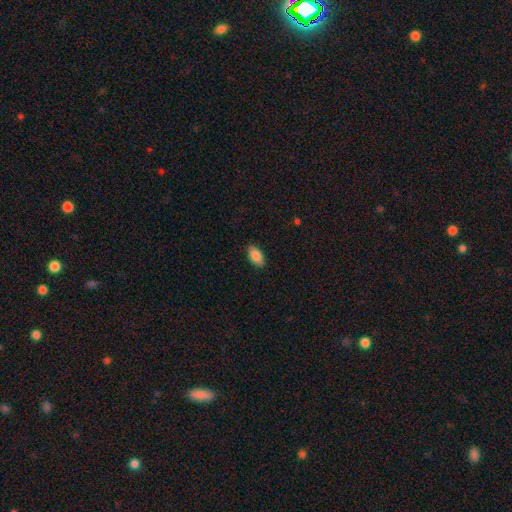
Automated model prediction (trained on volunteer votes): Smooth or featured: smooth — 87% (star or artifact — 7%)
How rounded: in between — 92% (cigar-shaped — 5%)
Merging: none — 87% (minor disturbance — 9%)